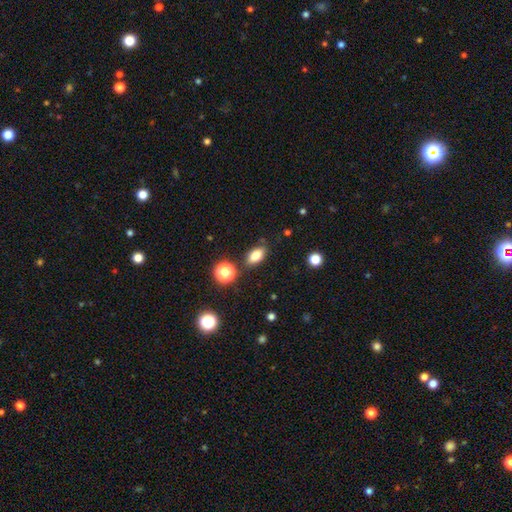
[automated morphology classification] This appears to be a smooth galaxy with no disk features (80%) that is in between round and cigar-shaped (86%). Merging: none (83%).